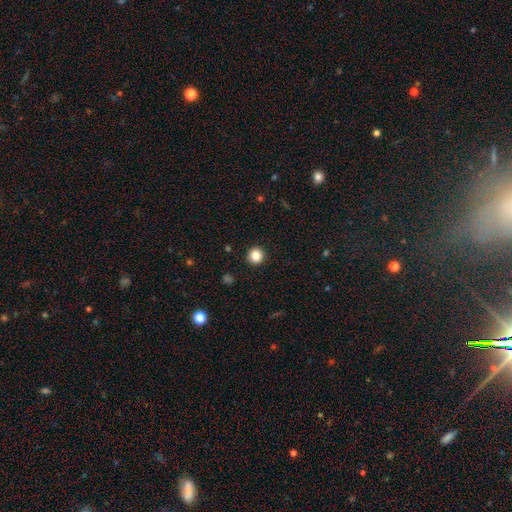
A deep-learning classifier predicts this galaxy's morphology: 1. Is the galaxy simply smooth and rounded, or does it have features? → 84% smooth, 11% star or artifact, 5% featured or disk.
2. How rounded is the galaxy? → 94% round, 5% in between, 1% cigar-shaped.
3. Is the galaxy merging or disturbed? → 93% none, 4% minor disturbance, 2% major disturbance, 1% merger.